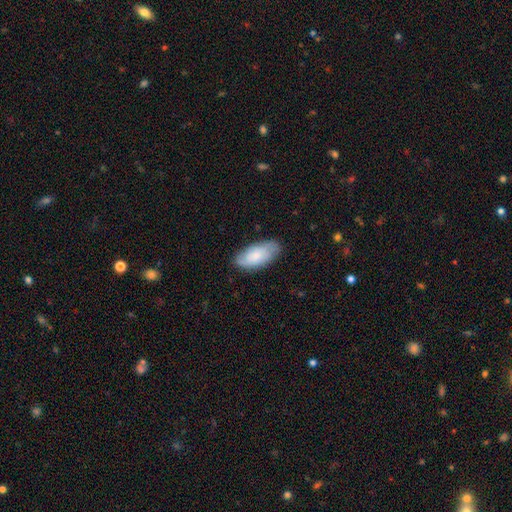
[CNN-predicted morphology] Smooth or featured? smooth (66%)
How rounded? in between (92%)
Merging? none (78%)